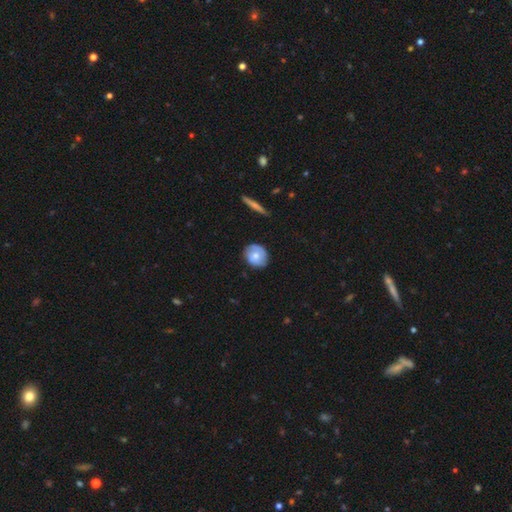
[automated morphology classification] The model was most divided on "smooth or featured": smooth: 54%, featured or disk: 40%, star or artifact: 6%. More confident: merging — none (77%); how rounded — round (76%).